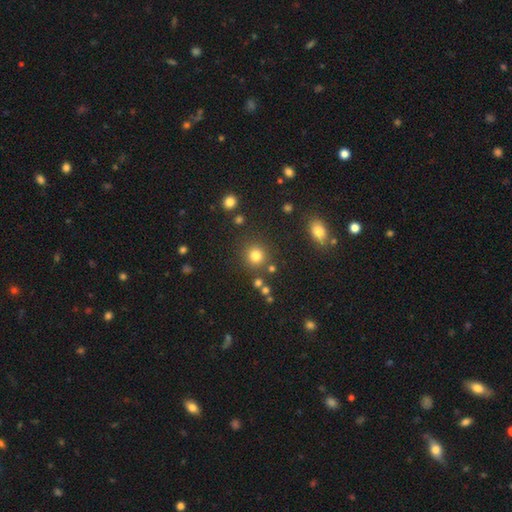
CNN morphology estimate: A smooth galaxy with no disk features (80%) that is round (91%). Merging: none (84%).